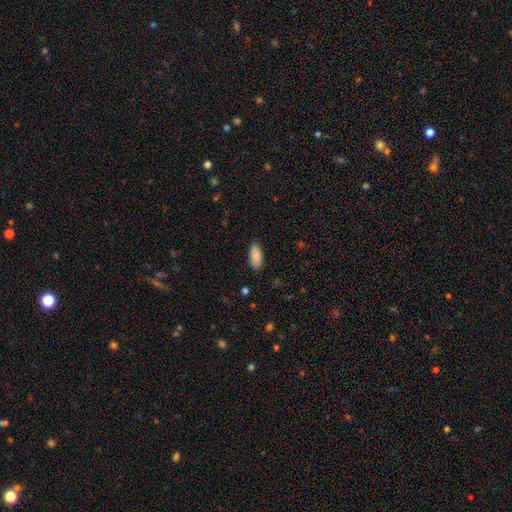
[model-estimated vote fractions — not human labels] smooth_or_featured: smooth (p=0.88) [alt: star or artifact p=0.06]
how_rounded: in between (p=0.90) [alt: cigar-shaped p=0.08]
merging: none (p=0.83) [alt: minor disturbance p=0.13]